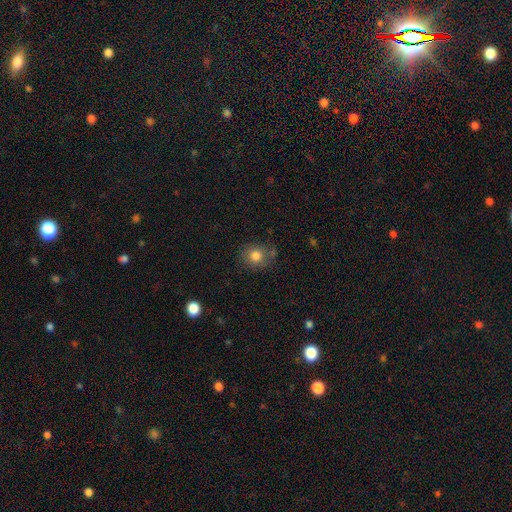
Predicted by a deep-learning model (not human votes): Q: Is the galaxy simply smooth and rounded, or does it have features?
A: smooth — 81%.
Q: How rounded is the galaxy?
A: round — 76%.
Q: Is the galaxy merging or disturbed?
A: none — 74%.